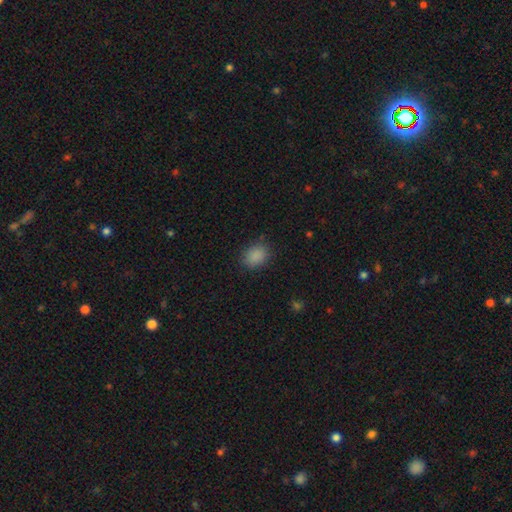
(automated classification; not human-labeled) smooth 87%, star or artifact 10%, featured or disk 3%. Down the decision tree: how rounded — in between (61%); merging — none (83%).